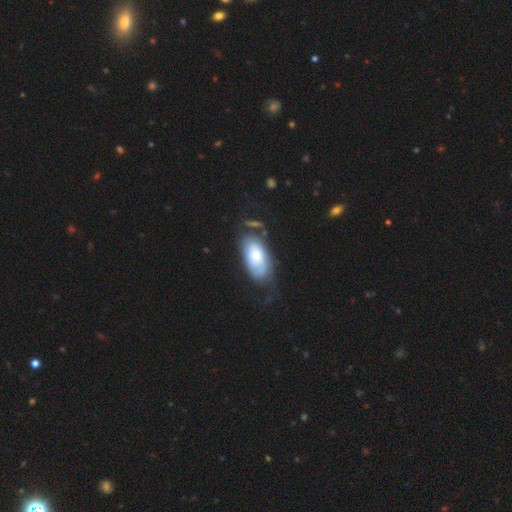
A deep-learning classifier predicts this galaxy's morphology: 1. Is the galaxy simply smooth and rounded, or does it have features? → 52% smooth, 42% featured or disk, 6% star or artifact.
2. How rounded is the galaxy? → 92% in between, 5% cigar-shaped, 4% round.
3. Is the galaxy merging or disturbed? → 48% none, 27% minor disturbance, 18% major disturbance, 7% merger.